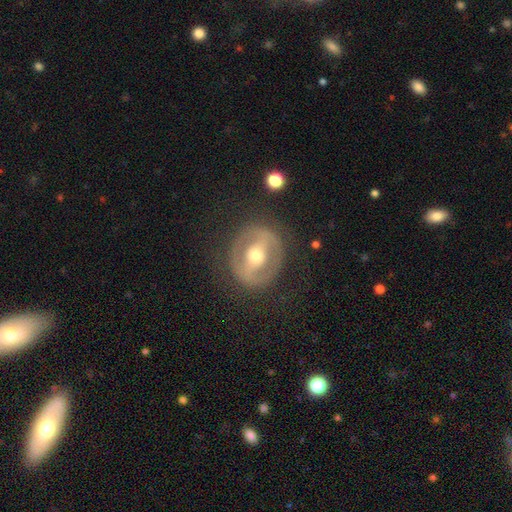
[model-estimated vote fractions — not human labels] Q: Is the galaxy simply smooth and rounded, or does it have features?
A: featured or disk — 69%.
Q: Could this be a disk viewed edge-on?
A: no — 92%.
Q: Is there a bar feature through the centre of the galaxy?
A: strong — 53%.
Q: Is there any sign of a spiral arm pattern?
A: no — 74%.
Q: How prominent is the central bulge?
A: moderate — 72%.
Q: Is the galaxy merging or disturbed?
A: none — 80%.